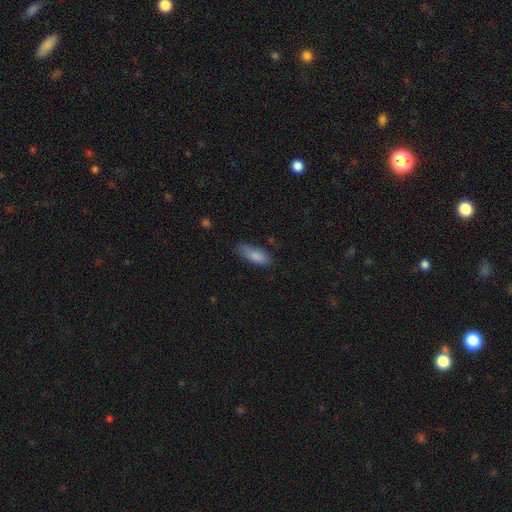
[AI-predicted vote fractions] Smooth or featured? Predicted: smooth (p=0.84). How rounded? Predicted: in between (p=0.75). Merging? Predicted: none (p=0.68).